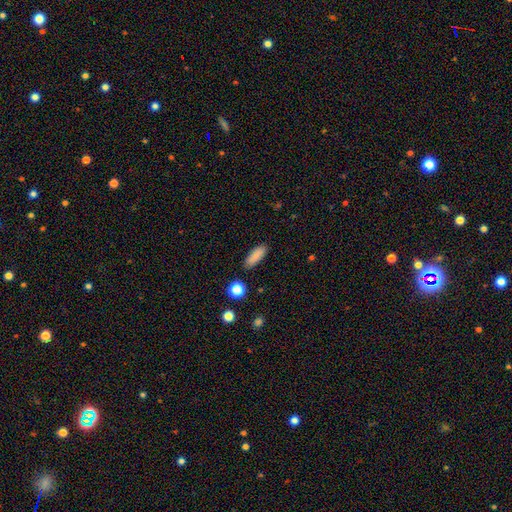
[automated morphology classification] smooth 87%, star or artifact 9%, featured or disk 5%. Down the decision tree: how rounded — in between (62%); merging — none (88%).